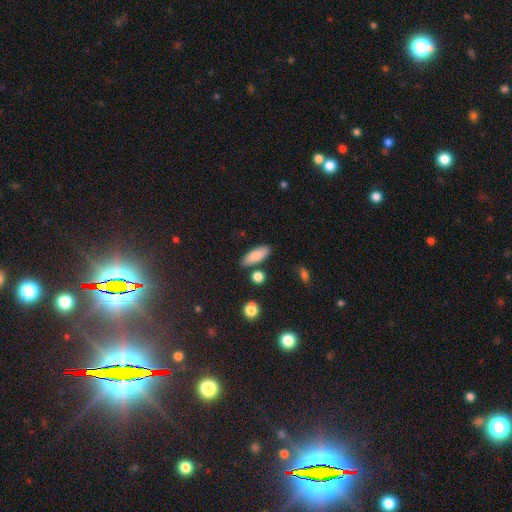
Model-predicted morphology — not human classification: This appears to be a smooth galaxy with no disk features (82%) that is in between round and cigar-shaped (68%). Merging: none (80%).